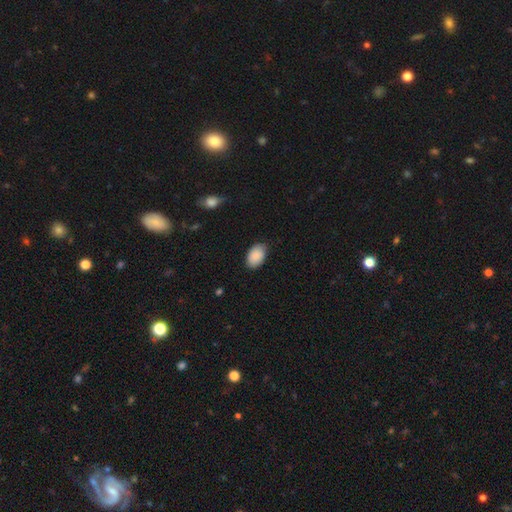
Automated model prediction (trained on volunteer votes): A smooth galaxy with no disk features (89%) that is in between round and cigar-shaped (91%).

Vote fractions:
- Smooth or featured? smooth: 89% / star or artifact: 6% / featured or disk: 4%
- How rounded? in between: 91% / round: 8% / cigar-shaped: 1%
- Merging? none: 82% / minor disturbance: 14% / major disturbance: 3% / merger: 1%